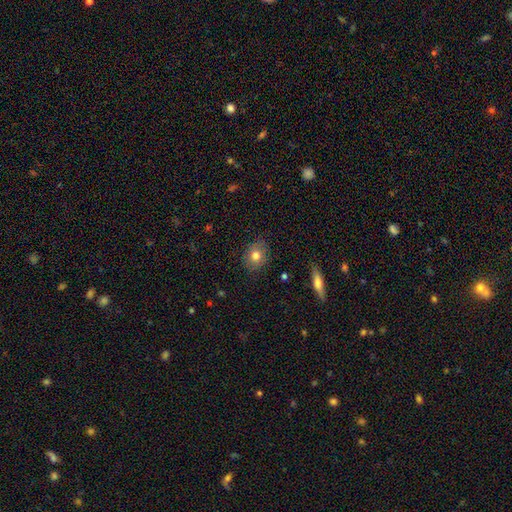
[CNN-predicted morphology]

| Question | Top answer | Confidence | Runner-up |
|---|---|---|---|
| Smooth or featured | smooth | 77% | featured or disk (14%) |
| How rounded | round | 61% | in between (37%) |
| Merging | none | 84% | minor disturbance (12%) |